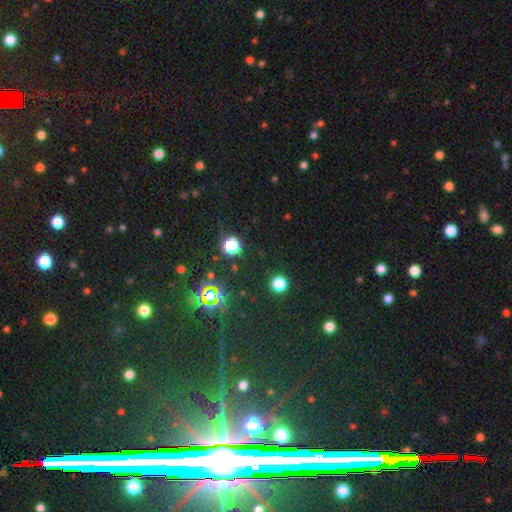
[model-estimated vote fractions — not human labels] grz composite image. It shows a star or artifact, not a galaxy (72%).